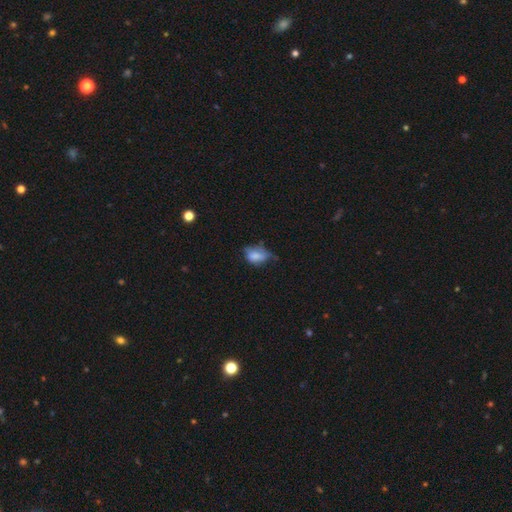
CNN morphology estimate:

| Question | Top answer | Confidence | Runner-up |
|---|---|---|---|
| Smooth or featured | smooth | 66% | featured or disk (24%) |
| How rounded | in between | 84% | round (13%) |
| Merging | minor disturbance | 40% | none (27%) |